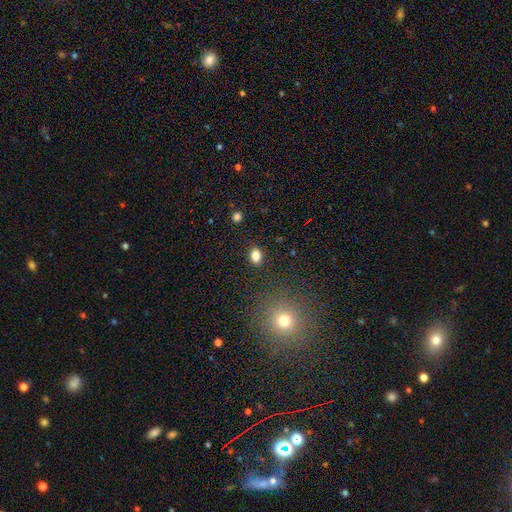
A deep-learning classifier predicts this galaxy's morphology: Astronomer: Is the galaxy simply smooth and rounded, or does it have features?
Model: smooth — 82%.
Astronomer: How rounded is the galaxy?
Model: in between — 62% (runner-up: round, 37%).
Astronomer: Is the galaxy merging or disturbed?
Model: none — 87%.